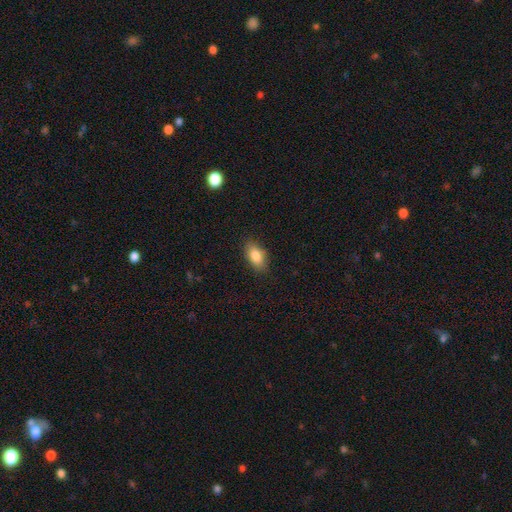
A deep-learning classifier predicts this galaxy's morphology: smooth 85%, featured or disk 8%, star or artifact 7%. Down the decision tree: how rounded — in between (89%); merging — none (86%).